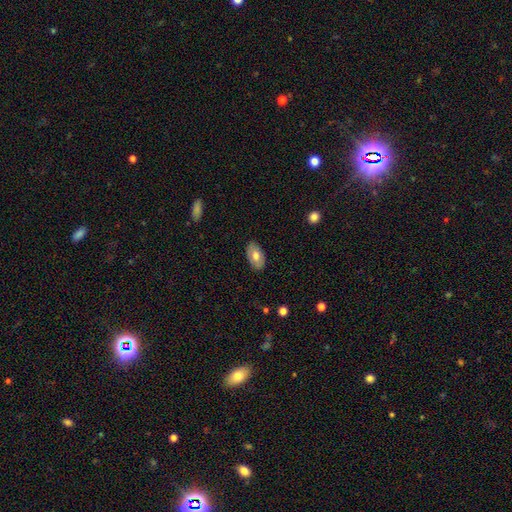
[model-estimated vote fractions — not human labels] Smooth or featured? smooth (71%)
How rounded? in between (94%)
Merging? none (86%)